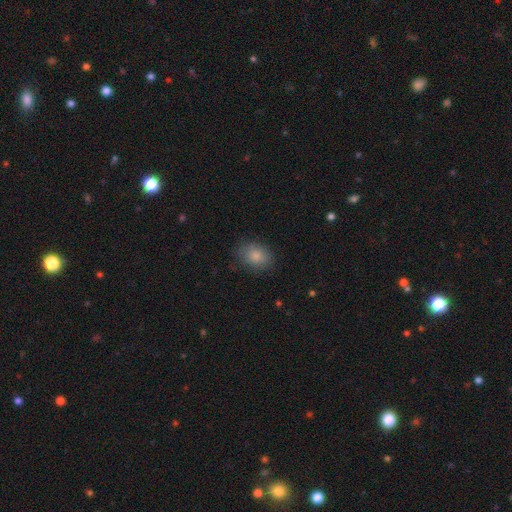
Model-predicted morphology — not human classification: This is clearly a smooth galaxy (85%). How rounded: likely in between (69%). Merging: clearly none (81%).